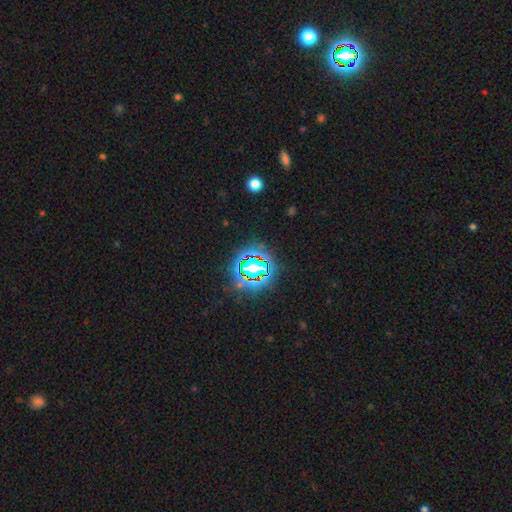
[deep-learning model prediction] The model was most divided on "smooth or featured": star or artifact: 81%, smooth: 12%, featured or disk: 8%.